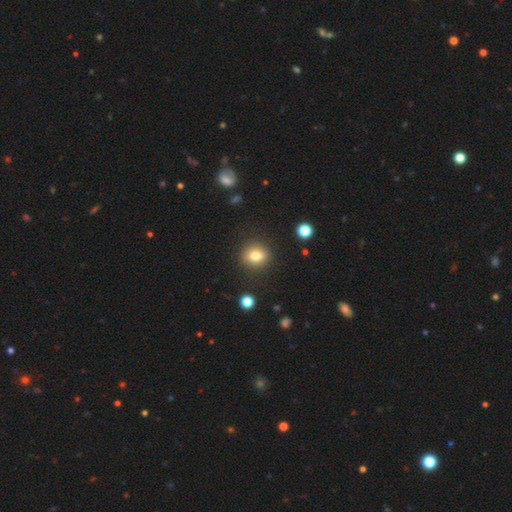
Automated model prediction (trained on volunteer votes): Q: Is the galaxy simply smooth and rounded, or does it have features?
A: smooth — 76%.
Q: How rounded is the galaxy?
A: round — 70%.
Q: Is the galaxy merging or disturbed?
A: none — 87%.